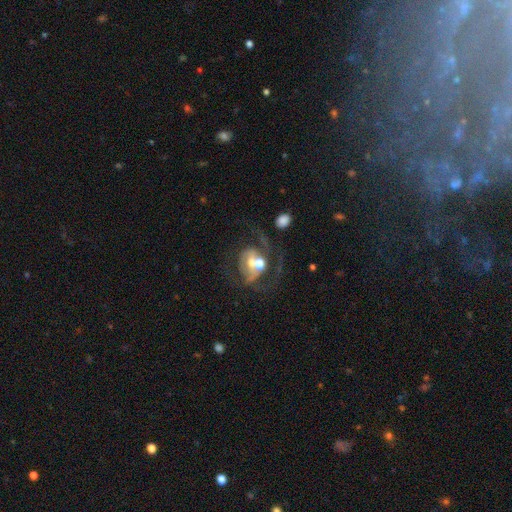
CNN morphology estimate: type=featured or disk (63%); edge-on=no (96%); bar=no (60%); spiral arms=yes (60%); bulge=moderate (60%); merging=none (36%).